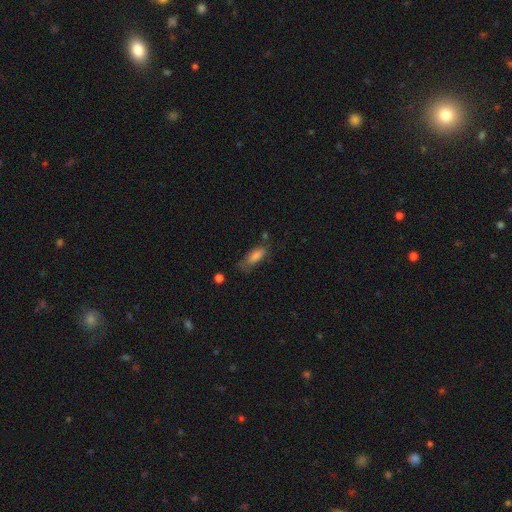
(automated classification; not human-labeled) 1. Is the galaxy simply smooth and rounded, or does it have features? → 78% smooth, 13% featured or disk, 8% star or artifact.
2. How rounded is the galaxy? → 71% in between, 26% cigar-shaped, 2% round.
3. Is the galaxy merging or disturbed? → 50% none, 31% minor disturbance, 14% major disturbance, 4% merger.